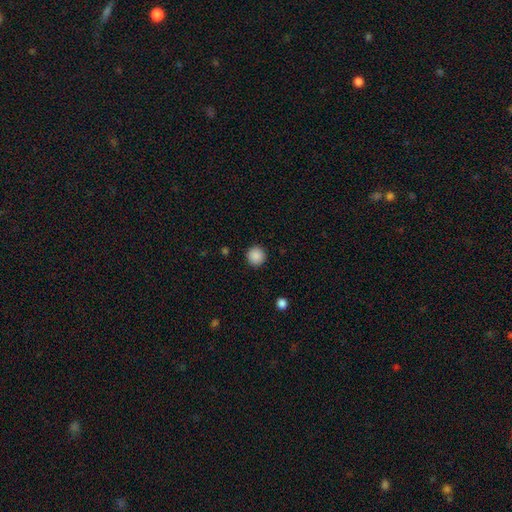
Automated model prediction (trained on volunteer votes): smooth_or_featured: smooth (p=0.88) [alt: star or artifact p=0.09]
how_rounded: round (p=0.95) [alt: in between p=0.04]
merging: none (p=0.92) [alt: minor disturbance p=0.05]